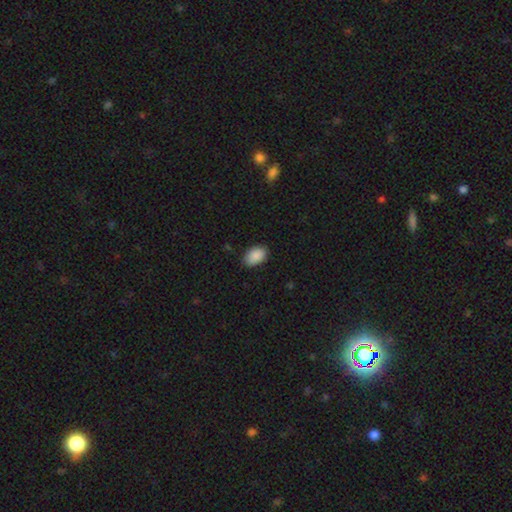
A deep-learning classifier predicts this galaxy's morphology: smooth_or_featured: smooth (p=0.90) [alt: star or artifact p=0.07]
how_rounded: in between (p=0.91) [alt: round p=0.08]
merging: none (p=0.84) [alt: minor disturbance p=0.13]